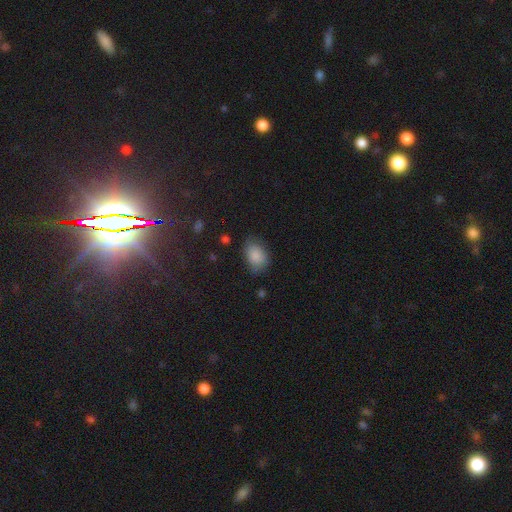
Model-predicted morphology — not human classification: Overall: smooth (85%). How rounded: in between (81%). Merging: none (69%).